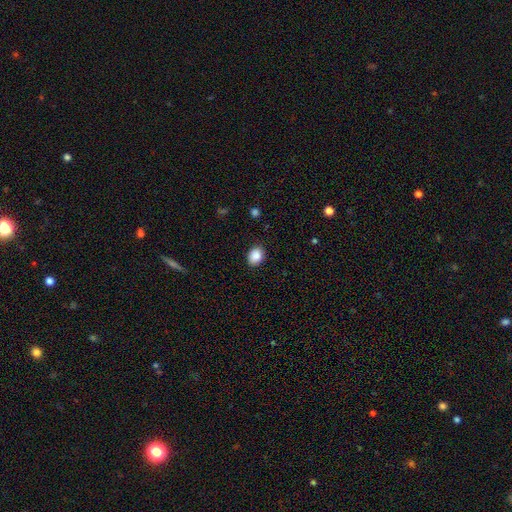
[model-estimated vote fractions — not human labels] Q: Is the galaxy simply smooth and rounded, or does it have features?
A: smooth — 88%.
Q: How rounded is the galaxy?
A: in between — 56%.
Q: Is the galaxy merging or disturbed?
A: none — 87%.